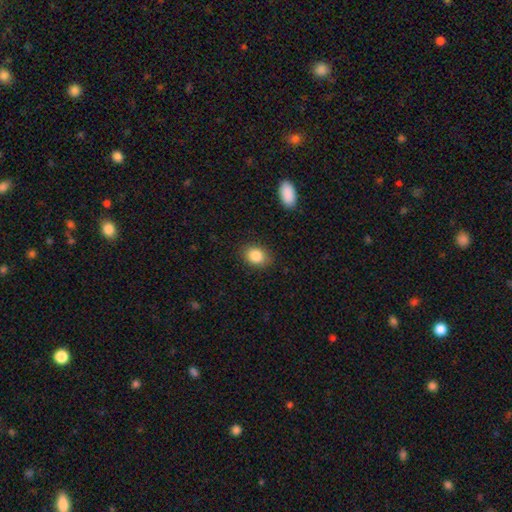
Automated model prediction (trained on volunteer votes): This is clearly a smooth galaxy (85%). How rounded: likely in between (66%). Merging: clearly none (86%).